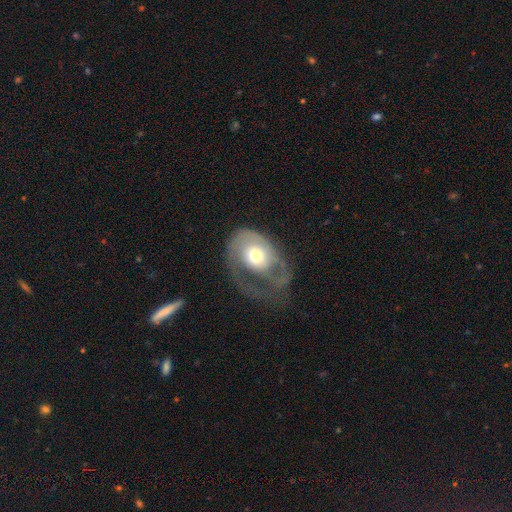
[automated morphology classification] The model was most divided on "smooth or featured": featured or disk: 61%, smooth: 33%, star or artifact: 6%. More confident: edge-on disk — no (96%); bar — no (78%); spiral arms — yes (68%); bulge size — moderate (64%); merging — major disturbance (54%).